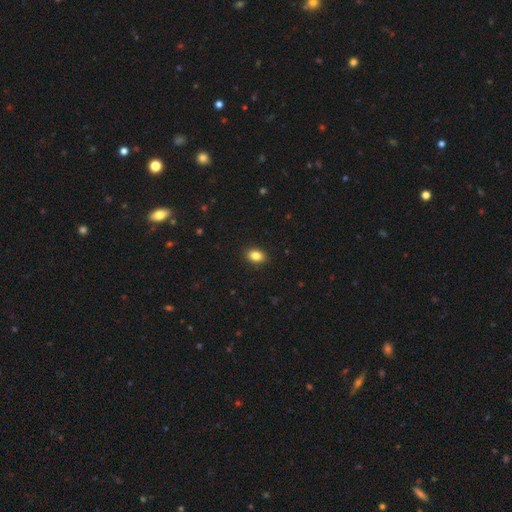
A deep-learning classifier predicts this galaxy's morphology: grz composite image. It shows a smooth galaxy with no disk features (86%) that is in between round and cigar-shaped (82%). Merging: none (90%).